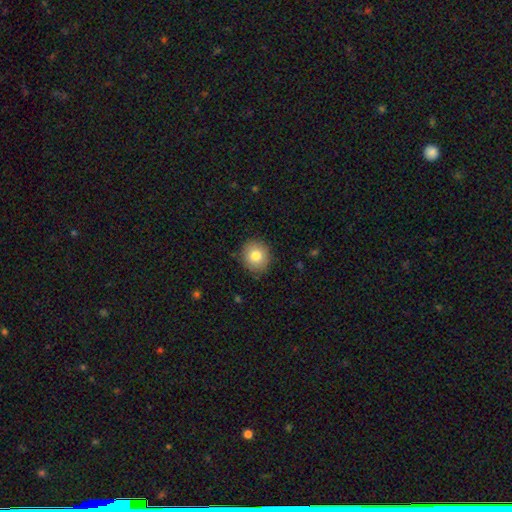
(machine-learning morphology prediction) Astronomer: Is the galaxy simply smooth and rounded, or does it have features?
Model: smooth — 80%.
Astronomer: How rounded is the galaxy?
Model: round — 83%.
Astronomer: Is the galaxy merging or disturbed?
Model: none — 88%.